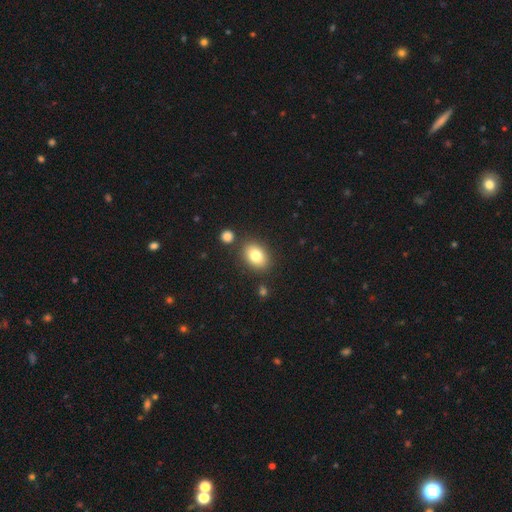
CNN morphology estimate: Overall: smooth (81%). How rounded: in between (76%). Merging: none (82%).